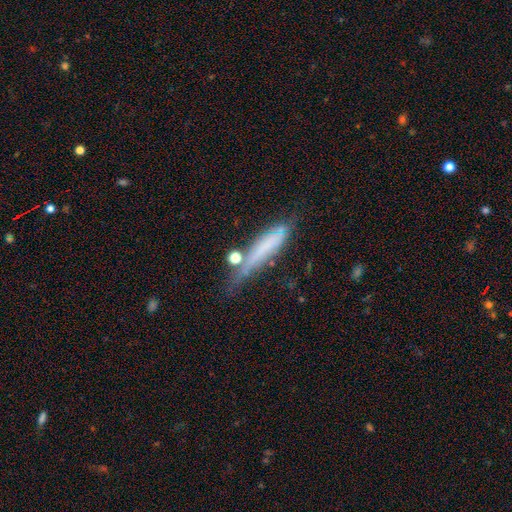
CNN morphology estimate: Smooth or featured?
  - smooth: 59% *
  - featured or disk: 32%
  - star or artifact: 10%
How rounded?
  - cigar-shaped: 82% *
  - in between: 16%
  - round: 2%
Merging?
  - none: 44% *
  - minor disturbance: 30%
  - major disturbance: 16%
  - merger: 10%